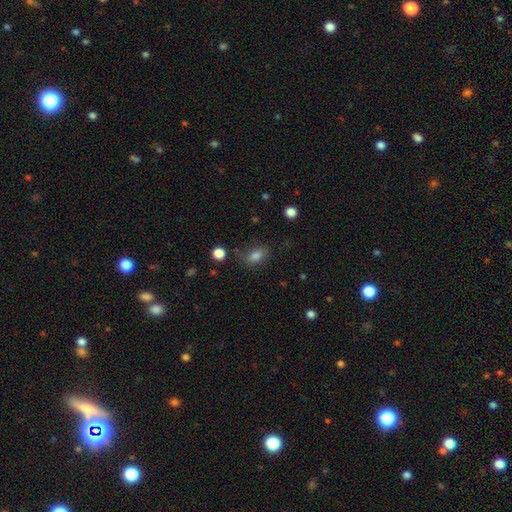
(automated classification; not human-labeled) Smooth or featured: smooth — 82% (star or artifact — 11%)
How rounded: in between — 82% (round — 16%)
Merging: none — 74% (minor disturbance — 17%)